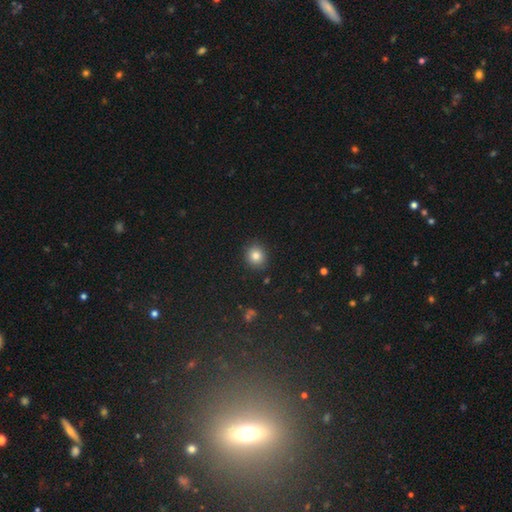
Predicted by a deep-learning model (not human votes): Smooth or featured?
  - smooth: 82% *
  - star or artifact: 12%
  - featured or disk: 6%
How rounded?
  - round: 83% *
  - in between: 16%
  - cigar-shaped: 1%
Merging?
  - none: 89% *
  - minor disturbance: 8%
  - major disturbance: 2%
  - merger: 1%